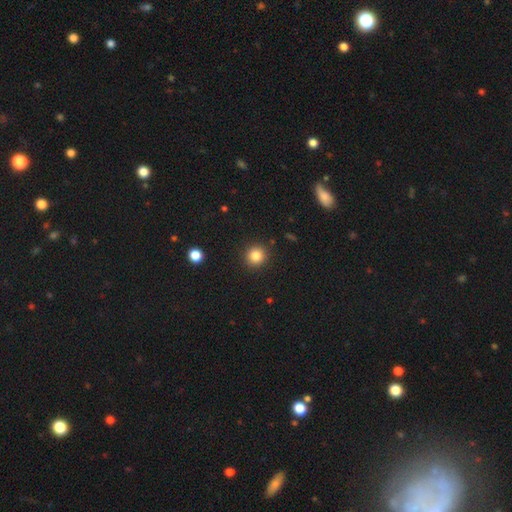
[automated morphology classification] Overall: smooth (84%). How rounded: round (92%). Merging: none (91%).